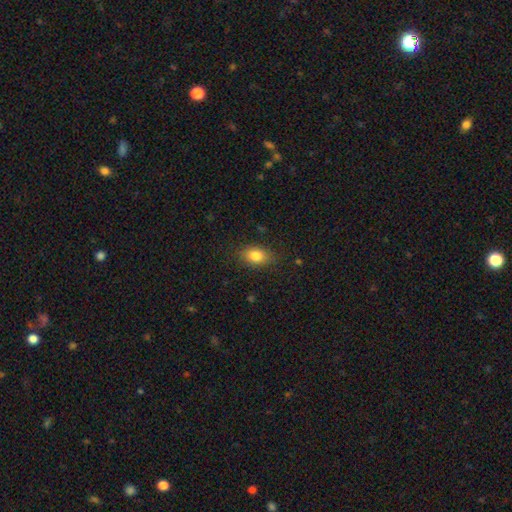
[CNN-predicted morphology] smooth 83%, star or artifact 9%, featured or disk 9%. Down the decision tree: how rounded — in between (83%); merging — none (82%).